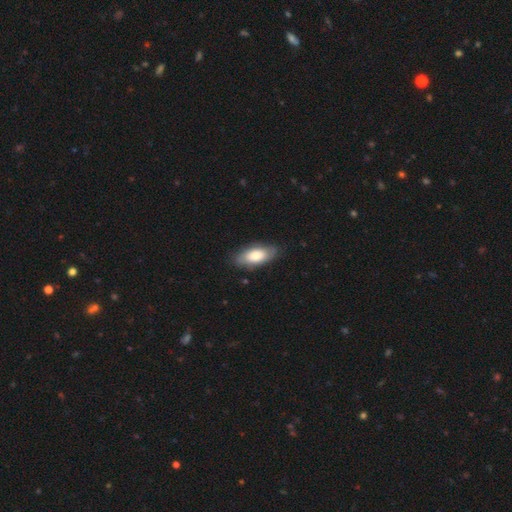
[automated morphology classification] Q: Smooth or featured?
A: smooth (70%); runner-up: featured or disk (24%)
Q: How rounded?
A: in between (89%); runner-up: cigar-shaped (9%)
Q: Merging?
A: none (78%); runner-up: minor disturbance (17%)